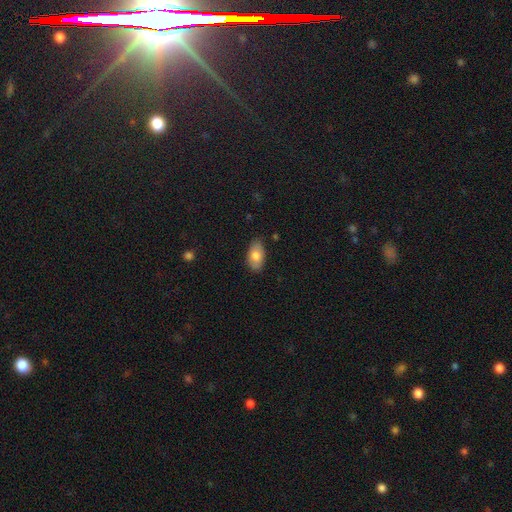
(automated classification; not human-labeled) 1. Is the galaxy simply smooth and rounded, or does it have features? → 76% smooth, 18% featured or disk, 7% star or artifact.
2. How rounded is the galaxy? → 93% in between, 5% round, 2% cigar-shaped.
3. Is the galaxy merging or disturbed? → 81% none, 15% minor disturbance, 2% major disturbance, 1% merger.